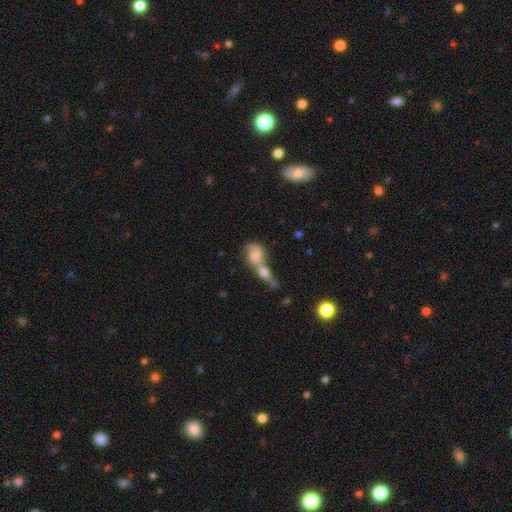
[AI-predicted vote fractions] A smooth galaxy with no disk features (52%) that is in between round and cigar-shaped (60%).

Vote fractions:
- Smooth or featured? smooth: 52% / featured or disk: 38% / star or artifact: 11%
- How rounded? in between: 60% / round: 29% / cigar-shaped: 10%
- Merging? merger: 71% / none: 14% / major disturbance: 9% / minor disturbance: 7%